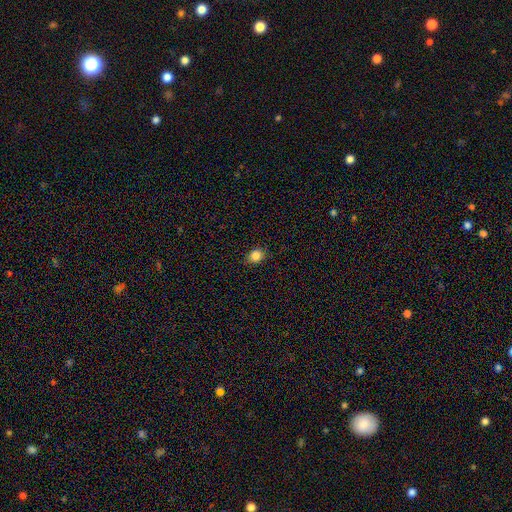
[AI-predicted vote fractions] Smooth or featured? Predicted: smooth (p=0.85). How rounded? Predicted: round (p=0.62). Merging? Predicted: none (p=0.85).